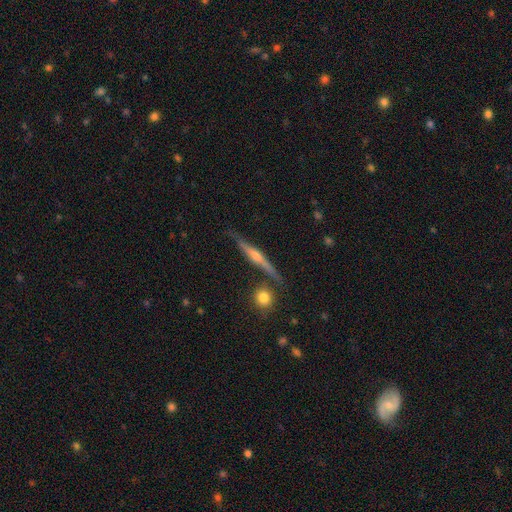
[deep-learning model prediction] Q: Smooth or featured?
A: featured or disk (75%); runner-up: smooth (18%)
Q: Edge-on disk?
A: yes (97%); runner-up: no (3%)
Q: Edge-on bulge?
A: rounded (80%); runner-up: none (12%)
Q: Merging?
A: none (83%); runner-up: minor disturbance (10%)